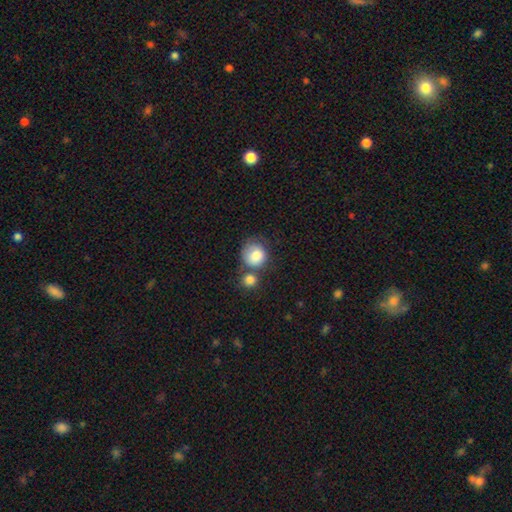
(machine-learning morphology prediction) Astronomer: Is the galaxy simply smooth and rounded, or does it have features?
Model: smooth — 81%.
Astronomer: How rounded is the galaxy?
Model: round — 82%.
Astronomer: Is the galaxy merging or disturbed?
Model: none — 42% (runner-up: merger, 30%).